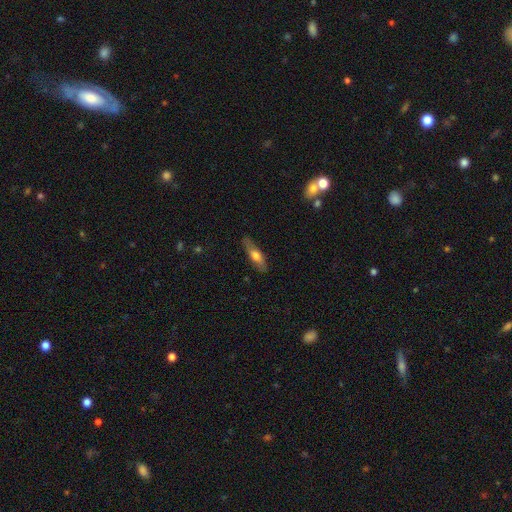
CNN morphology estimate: smooth 57%, featured or disk 37%, star or artifact 6%. Down the decision tree: how rounded — cigar-shaped (61%); merging — none (80%).